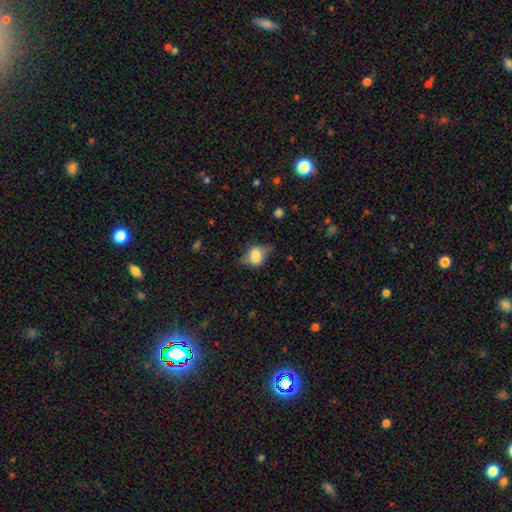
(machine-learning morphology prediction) Q: Smooth or featured?
A: smooth (53%); runner-up: featured or disk (36%)
Q: How rounded?
A: in between (63%); runner-up: round (32%)
Q: Merging?
A: none (57%); runner-up: minor disturbance (27%)